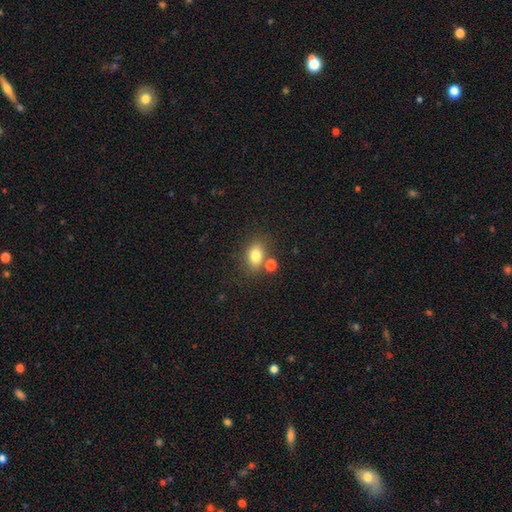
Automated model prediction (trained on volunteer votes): This is clearly a smooth galaxy (80%). How rounded: likely in between (73%). Merging: likely none (66%).